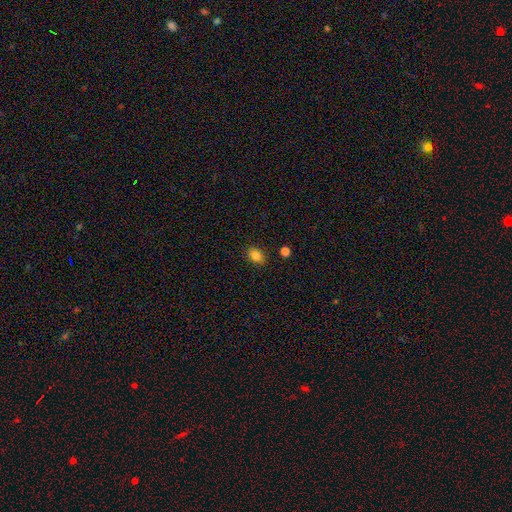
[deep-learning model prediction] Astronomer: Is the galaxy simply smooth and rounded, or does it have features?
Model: smooth — 83%.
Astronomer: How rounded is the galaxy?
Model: in between — 67%.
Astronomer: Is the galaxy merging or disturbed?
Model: none — 86%.